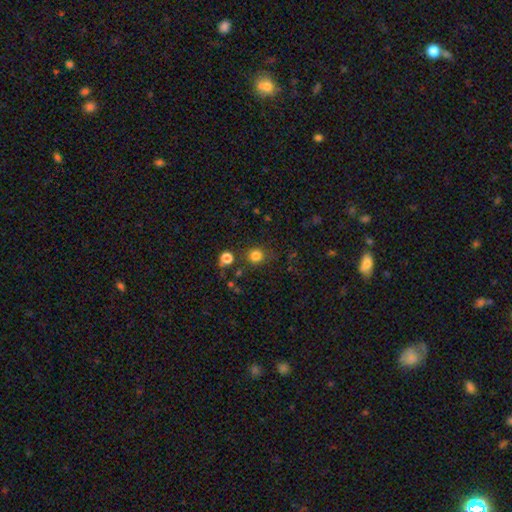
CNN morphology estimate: smooth 81%, star or artifact 14%, featured or disk 5%. Down the decision tree: how rounded — round (89%); merging — none (78%).